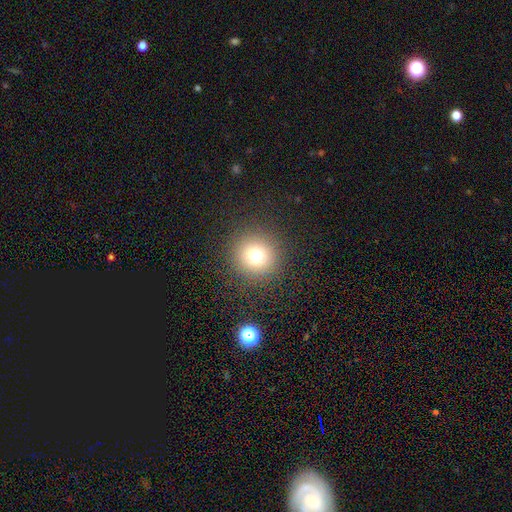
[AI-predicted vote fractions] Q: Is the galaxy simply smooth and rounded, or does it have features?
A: smooth — 74%.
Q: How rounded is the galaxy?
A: round — 95%.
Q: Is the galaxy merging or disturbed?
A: none — 90%.